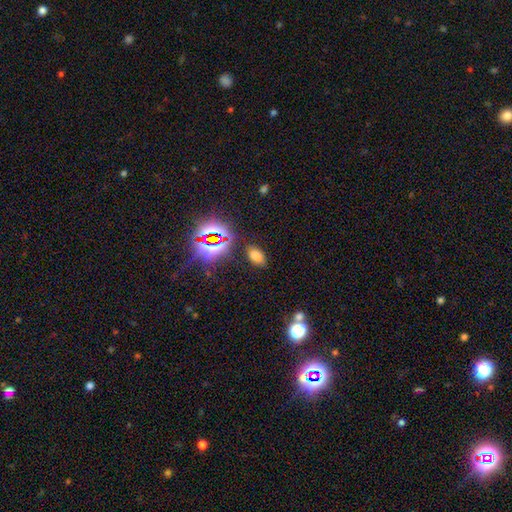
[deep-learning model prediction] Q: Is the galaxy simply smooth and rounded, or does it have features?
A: smooth — 67%.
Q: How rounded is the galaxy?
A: in between — 89%.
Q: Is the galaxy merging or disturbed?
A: none — 84%.